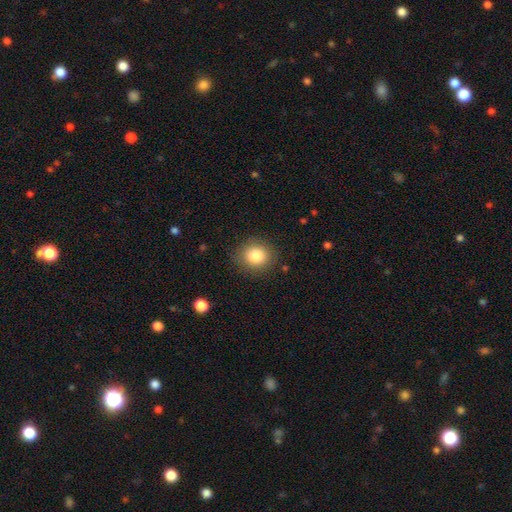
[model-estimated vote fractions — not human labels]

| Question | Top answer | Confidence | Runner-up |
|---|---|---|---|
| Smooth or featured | smooth | 84% | star or artifact (9%) |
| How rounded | round | 76% | in between (23%) |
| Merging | none | 86% | minor disturbance (10%) |